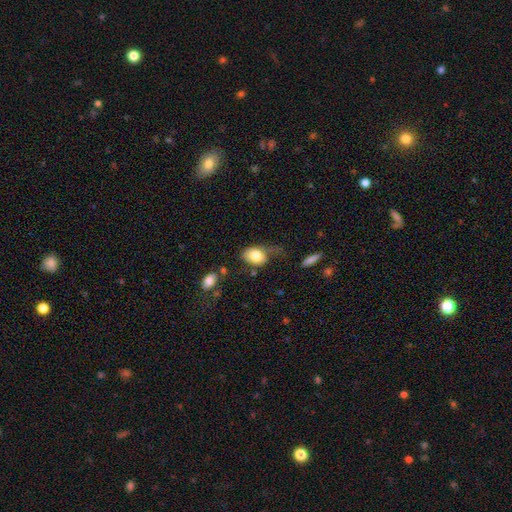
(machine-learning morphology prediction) This appears to be a smooth galaxy with no disk features (78%) that is in between round and cigar-shaped (79%). Merging: none (36%).